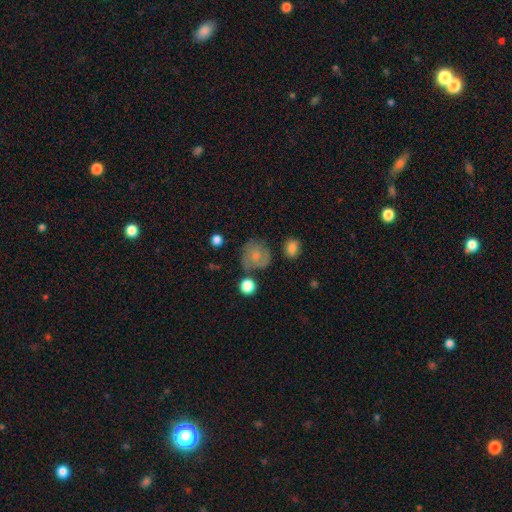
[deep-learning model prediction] The model was most divided on "smooth or featured": smooth: 63%, featured or disk: 28%, star or artifact: 10%. More confident: how rounded — round (83%); merging — none (62%).